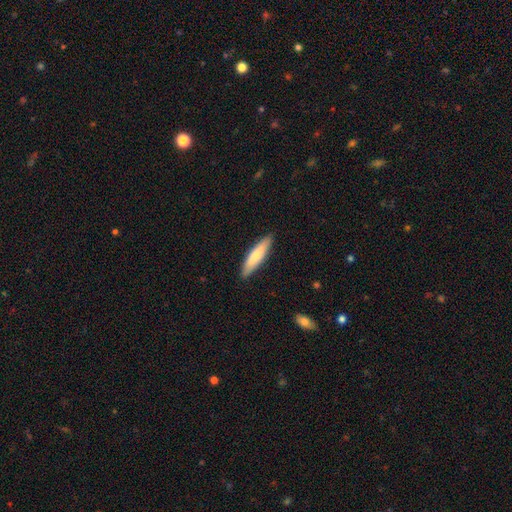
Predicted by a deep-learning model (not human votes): The model was most divided on "smooth or featured": smooth: 73%, featured or disk: 22%, star or artifact: 5%. More confident: merging — none (88%); how rounded — cigar-shaped (77%).